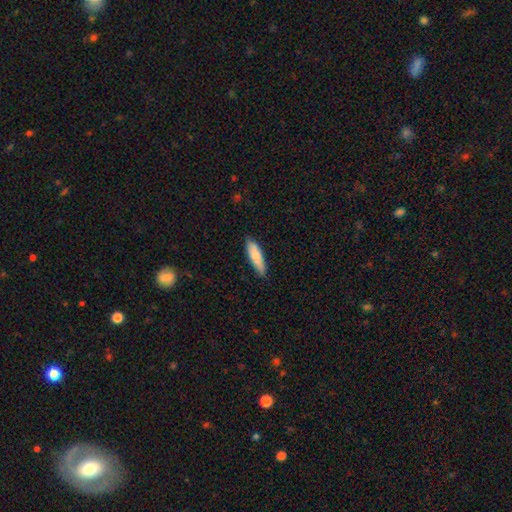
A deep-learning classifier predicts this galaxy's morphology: A smooth galaxy with no disk features (78%) that is cigar-shaped (58%).

Vote fractions:
- Smooth or featured? smooth: 78% / featured or disk: 17% / star or artifact: 6%
- How rounded? cigar-shaped: 58% / in between: 40% / round: 2%
- Merging? none: 84% / minor disturbance: 13% / major disturbance: 2% / merger: 1%